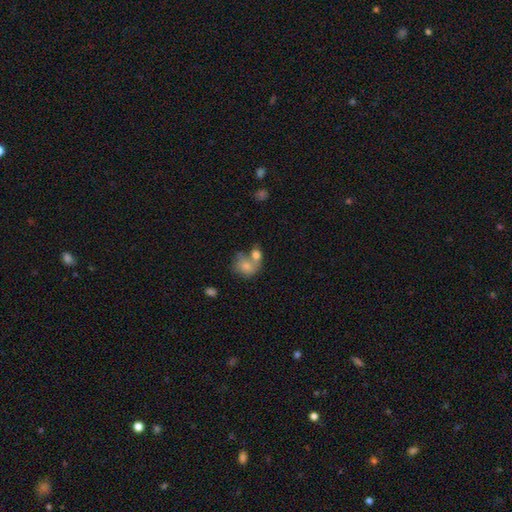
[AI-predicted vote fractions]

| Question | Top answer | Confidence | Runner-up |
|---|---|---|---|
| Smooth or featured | smooth | 74% | featured or disk (17%) |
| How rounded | in between | 52% | round (46%) |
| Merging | merger | 60% | none (24%) |